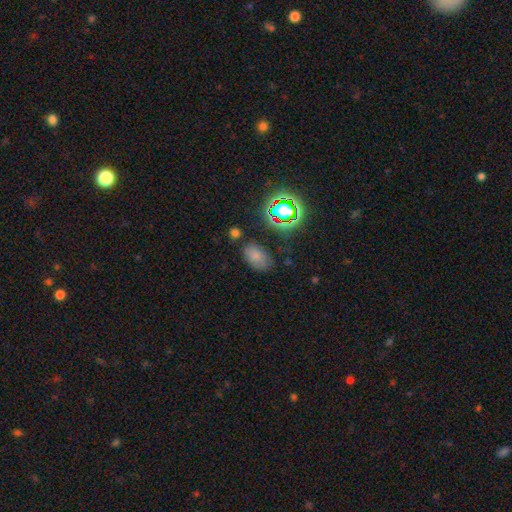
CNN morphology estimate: Smooth or featured?
  - smooth: 70% *
  - star or artifact: 20%
  - featured or disk: 10%
How rounded?
  - in between: 89% *
  - round: 10%
  - cigar-shaped: 1%
Merging?
  - none: 71% *
  - minor disturbance: 19%
  - major disturbance: 6%
  - merger: 4%